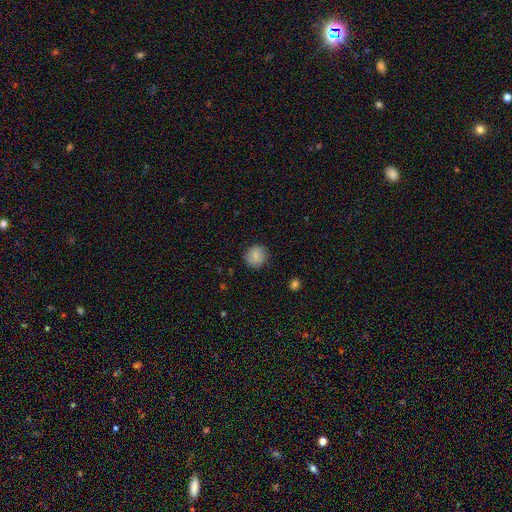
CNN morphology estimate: type=smooth (83%); roundness=round (85%); merging=none (85%).